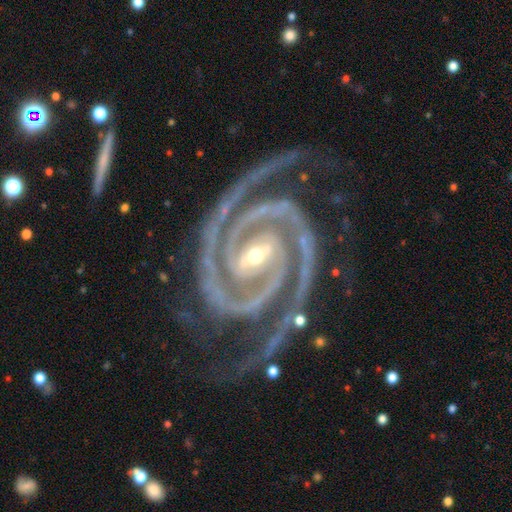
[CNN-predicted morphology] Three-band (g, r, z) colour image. It shows a featured or disk galaxy (95%) with a strong bar (51%), 2 (89%) tight (74%) spiral arms (99%) and a small central bulge (64%). Merging: none (74%).